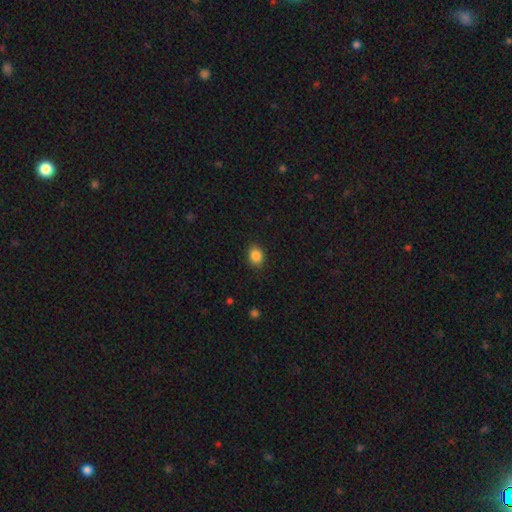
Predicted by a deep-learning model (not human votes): A smooth galaxy with no disk features (87%) that is round (52%).

Vote fractions:
- Smooth or featured? smooth: 87% / star or artifact: 10% / featured or disk: 4%
- How rounded? round: 52% / in between: 47% / cigar-shaped: 1%
- Merging? none: 88% / minor disturbance: 8% / major disturbance: 2% / merger: 1%